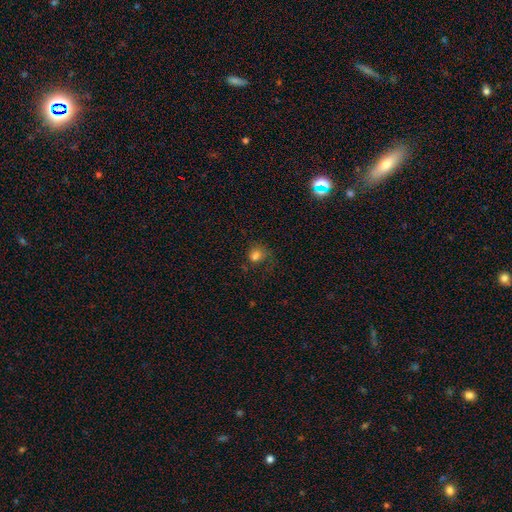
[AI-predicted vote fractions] This appears to be a smooth galaxy with no disk features (74%) that is round (68%). Merging: none (43%).